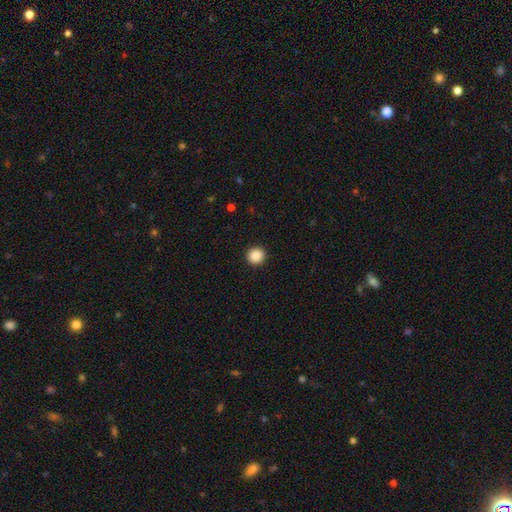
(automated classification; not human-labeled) This appears to be a smooth galaxy with no disk features (88%) that is round (94%). Merging: none (93%).